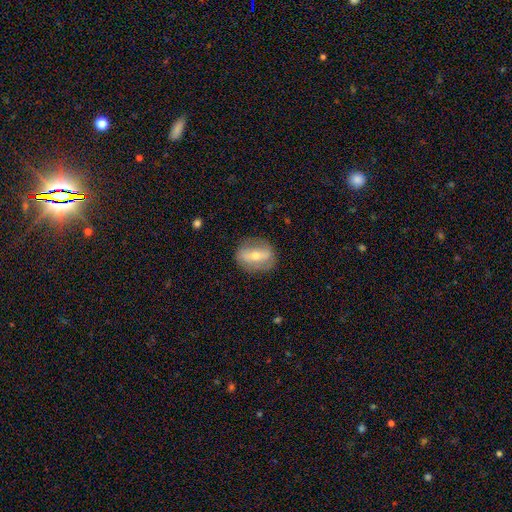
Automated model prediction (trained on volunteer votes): A featured or disk galaxy (59%). Merging: none (80%).